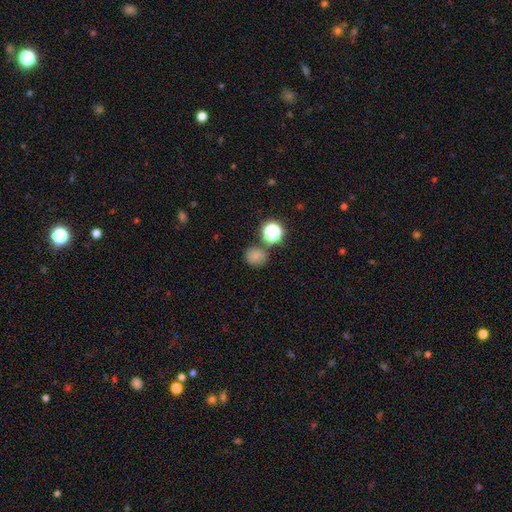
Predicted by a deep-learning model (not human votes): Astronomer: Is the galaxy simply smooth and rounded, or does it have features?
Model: smooth — 73%.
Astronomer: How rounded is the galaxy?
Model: round — 80%.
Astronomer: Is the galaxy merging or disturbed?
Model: none — 69%.